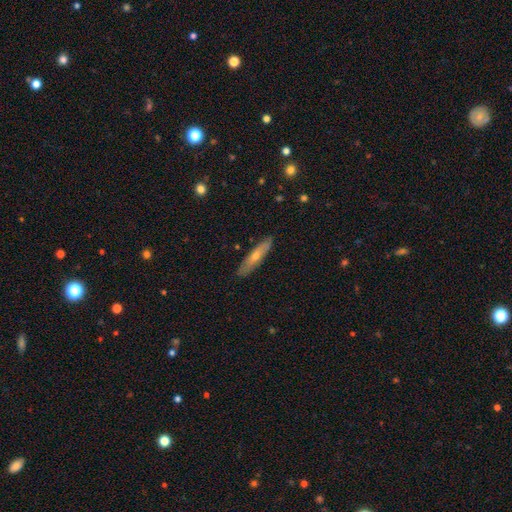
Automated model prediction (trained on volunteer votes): smooth_or_featured: smooth (p=0.48) [alt: featured or disk p=0.45]
merging: none (p=0.88) [alt: minor disturbance p=0.09]